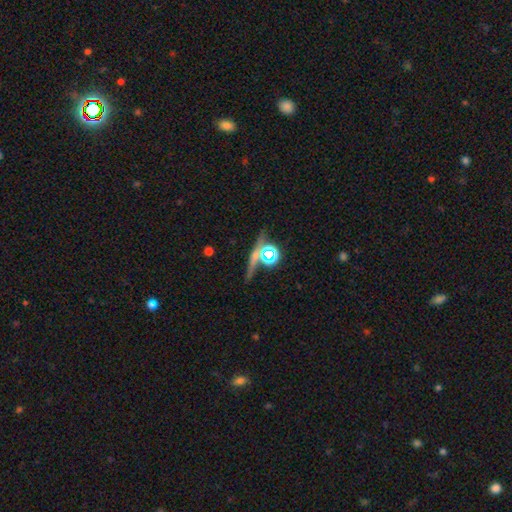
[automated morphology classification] Overall: star or artifact (39%; smooth 33%).